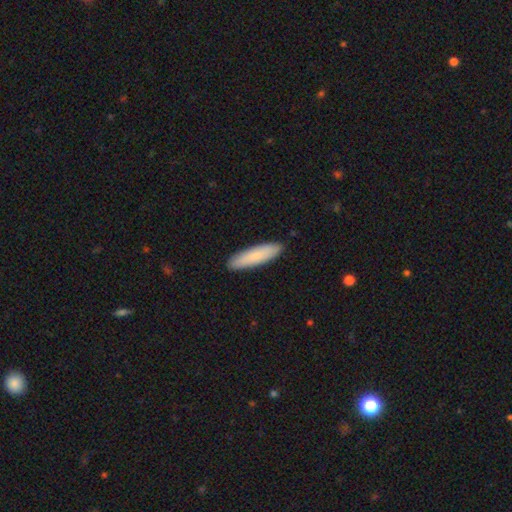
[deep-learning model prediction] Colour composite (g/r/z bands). It shows a smooth galaxy with no disk features (84%) that is cigar-shaped (76%). Merging: none (91%).